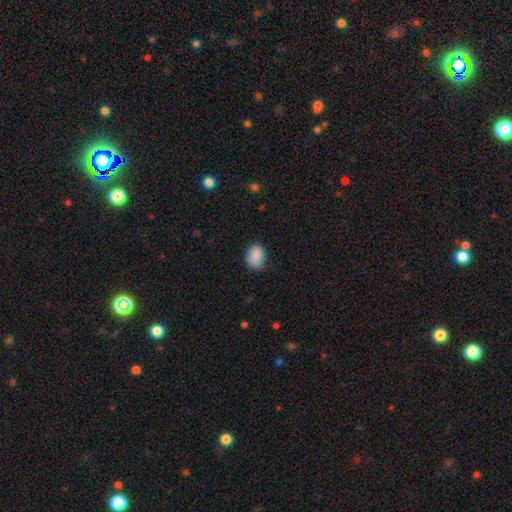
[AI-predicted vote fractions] Smooth or featured? Predicted: smooth (p=0.88). How rounded? Predicted: in between (p=0.65). Merging? Predicted: none (p=0.77).